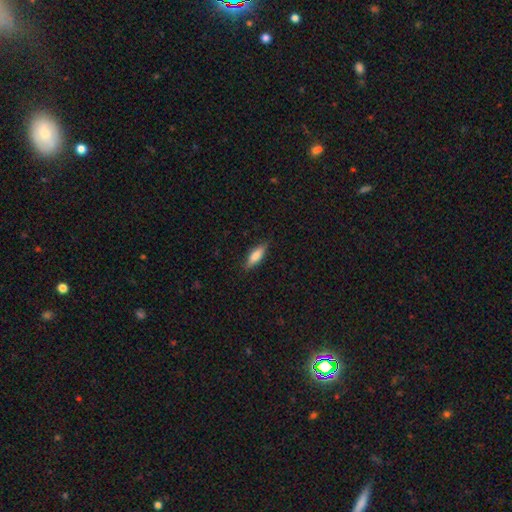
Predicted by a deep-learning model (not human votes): The model was most divided on "how rounded": in between: 50%, cigar-shaped: 48%, round: 2%. More confident: merging — none (85%); smooth or featured — smooth (75%).